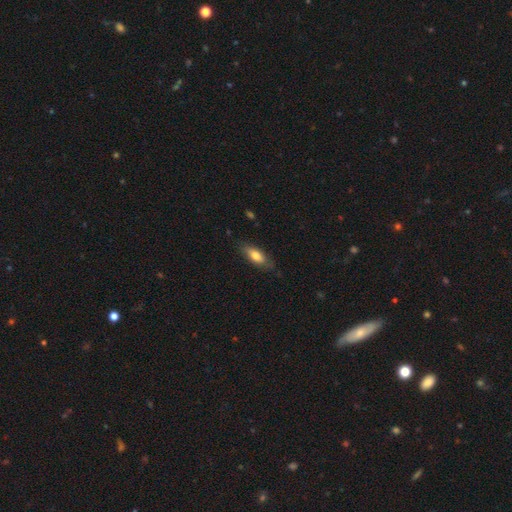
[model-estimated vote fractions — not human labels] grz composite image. It shows a smooth galaxy with no disk features (74%) that is in between round and cigar-shaped (75%). Merging: none (76%).